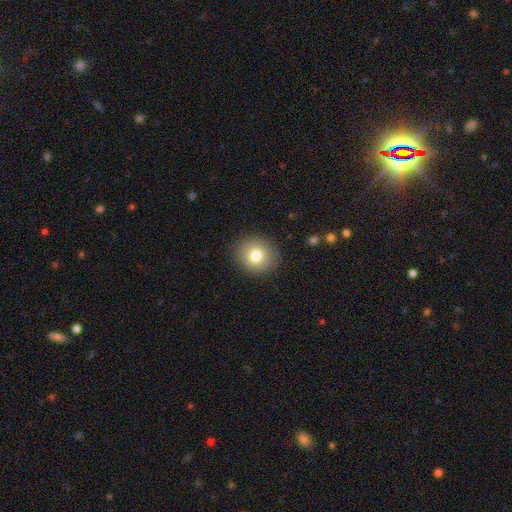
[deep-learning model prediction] This appears to be a smooth galaxy with no disk features (78%) that is round (83%). Merging: none (89%).